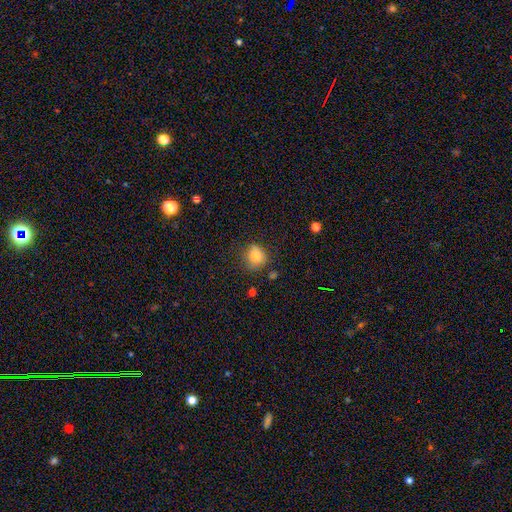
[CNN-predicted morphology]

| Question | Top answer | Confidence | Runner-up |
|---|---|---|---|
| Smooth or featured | smooth | 80% | star or artifact (11%) |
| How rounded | round | 71% | in between (28%) |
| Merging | none | 65% | minor disturbance (24%) |